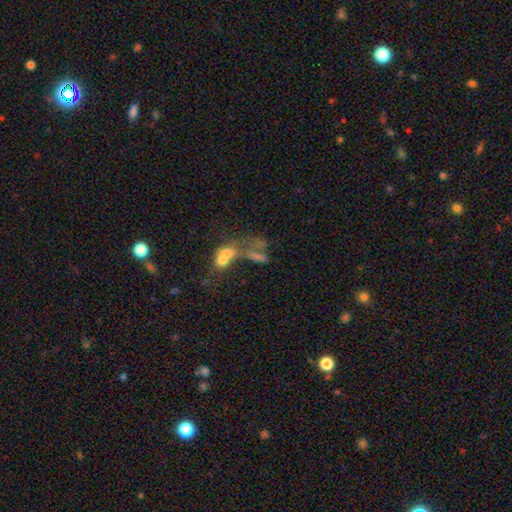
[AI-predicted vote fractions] A smooth galaxy with no disk features (40%). Merging: merger (60%).